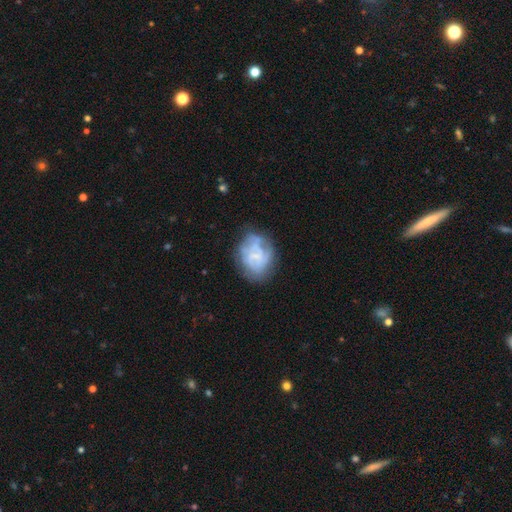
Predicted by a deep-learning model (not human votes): featured or disk 59%, smooth 32%, star or artifact 9%. Down the decision tree: edge-on disk — no (98%); bar — no (67%); spiral arms — yes (54%); bulge size — small (44%); merging — none (59%).